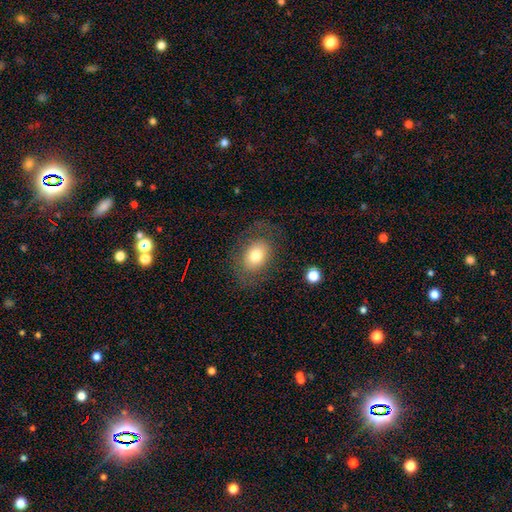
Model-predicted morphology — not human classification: Smooth or featured? smooth (70%)
How rounded? in between (71%)
Merging? none (73%)